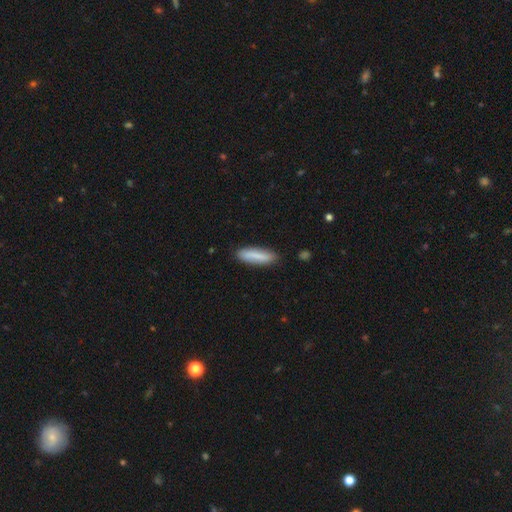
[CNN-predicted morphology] This is clearly a smooth galaxy (80%). How rounded: likely cigar-shaped (64%). Merging: clearly none (83%).